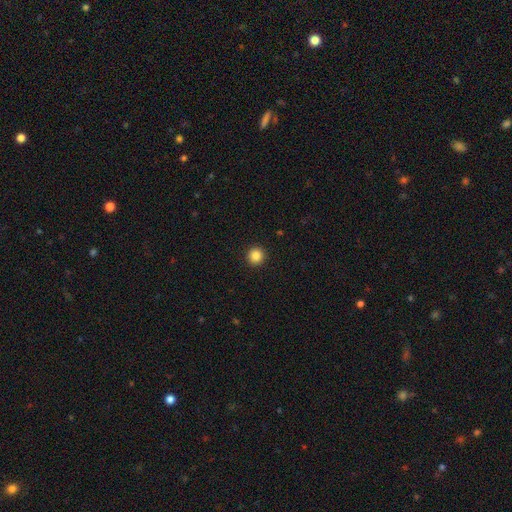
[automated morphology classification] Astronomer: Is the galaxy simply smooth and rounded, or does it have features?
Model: smooth — 86%.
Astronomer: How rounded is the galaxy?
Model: round — 96%.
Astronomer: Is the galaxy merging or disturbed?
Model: none — 93%.